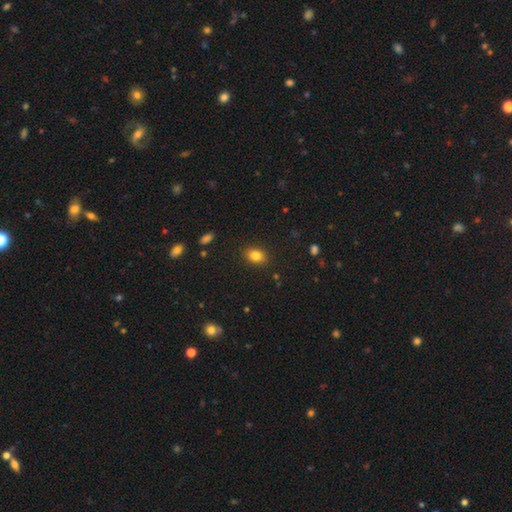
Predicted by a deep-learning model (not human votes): The model was most divided on "how rounded": in between: 70%, round: 29%, cigar-shaped: 1%. More confident: merging — none (88%); smooth or featured — smooth (83%).